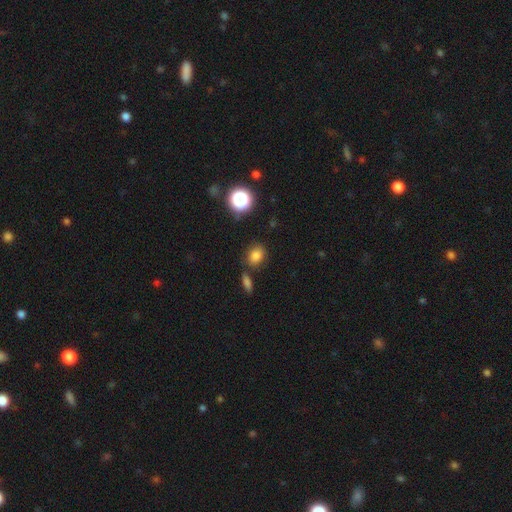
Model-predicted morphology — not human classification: Smooth or featured? Predicted: smooth (p=0.79). How rounded? Predicted: in between (p=0.58). Merging? Predicted: none (p=0.77).